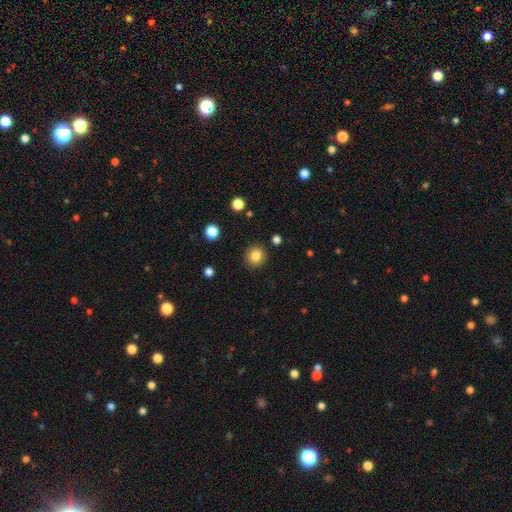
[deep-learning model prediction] A smooth galaxy with no disk features (84%) that is round (90%).

Vote fractions:
- Smooth or featured? smooth: 84% / star or artifact: 11% / featured or disk: 5%
- How rounded? round: 90% / in between: 9% / cigar-shaped: 1%
- Merging? none: 90% / minor disturbance: 7% / major disturbance: 2% / merger: 2%